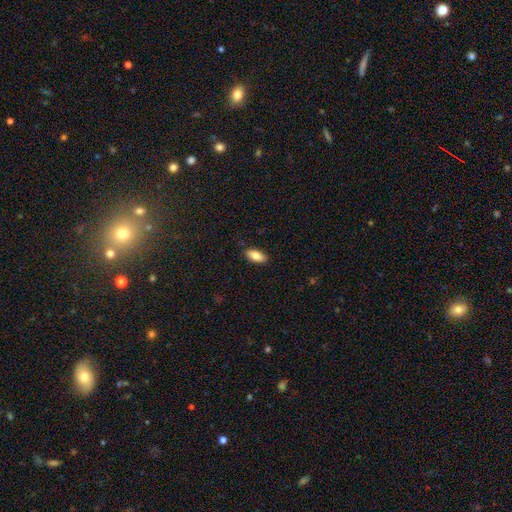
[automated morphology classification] smooth_or_featured: smooth (p=0.84) [alt: featured or disk p=0.10]
how_rounded: in between (p=0.88) [alt: cigar-shaped p=0.09]
merging: none (p=0.87) [alt: minor disturbance p=0.10]